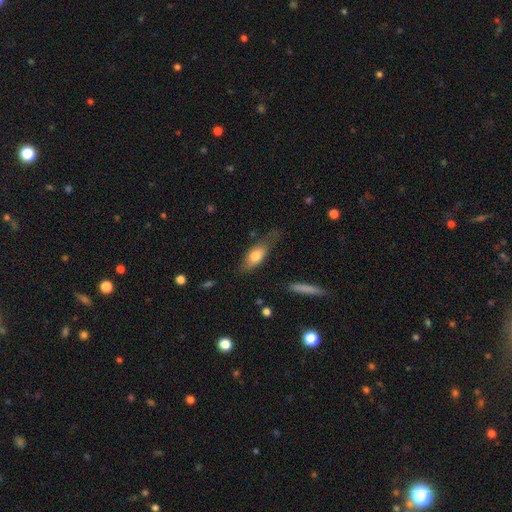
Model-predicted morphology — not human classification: This is likely a smooth galaxy (72%). How rounded: likely in between (75%). Merging: possibly none (52%).